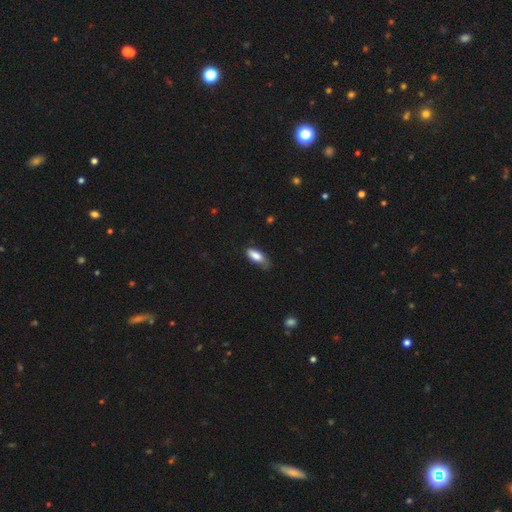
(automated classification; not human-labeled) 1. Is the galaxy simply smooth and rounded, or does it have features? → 82% smooth, 11% featured or disk, 7% star or artifact.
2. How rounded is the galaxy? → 82% in between, 15% cigar-shaped, 2% round.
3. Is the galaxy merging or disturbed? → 49% none, 38% minor disturbance, 12% major disturbance, 2% merger.